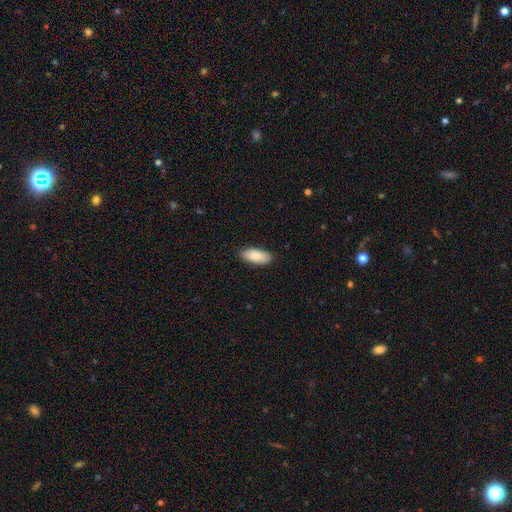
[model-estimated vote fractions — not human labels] smooth_or_featured: smooth (p=0.86) [alt: featured or disk p=0.08]
how_rounded: in between (p=0.87) [alt: cigar-shaped p=0.11]
merging: none (p=0.88) [alt: minor disturbance p=0.09]